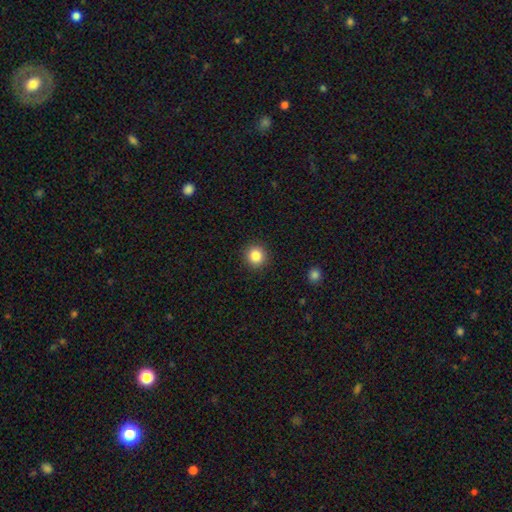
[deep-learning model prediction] smooth_or_featured: smooth (p=0.85) [alt: star or artifact p=0.11]
how_rounded: round (p=0.93) [alt: in between p=0.06]
merging: none (p=0.92) [alt: minor disturbance p=0.05]